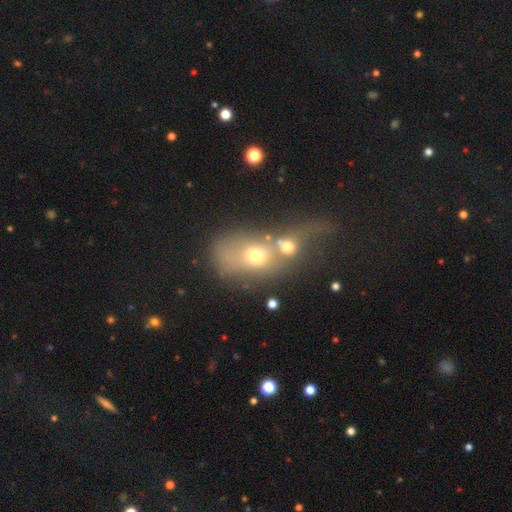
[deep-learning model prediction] Morphology: type=smooth (55%); roundness=in between (59%); merging=merger (66%).